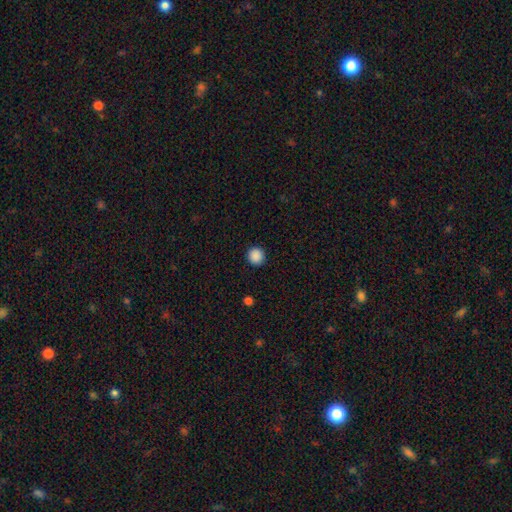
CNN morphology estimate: Smooth or featured?
  - smooth: 89% *
  - star or artifact: 9%
  - featured or disk: 2%
How rounded?
  - round: 93% *
  - in between: 6%
  - cigar-shaped: 1%
Merging?
  - none: 93% *
  - minor disturbance: 5%
  - major disturbance: 2%
  - merger: 1%